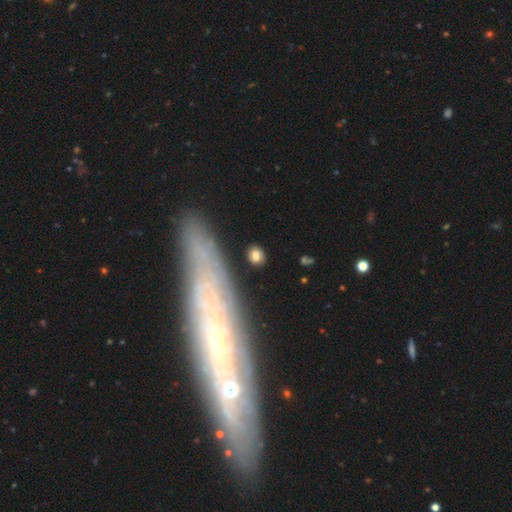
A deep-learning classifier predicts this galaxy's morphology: Smooth or featured? smooth (76%)
How rounded? round (70%)
Merging? none (86%)